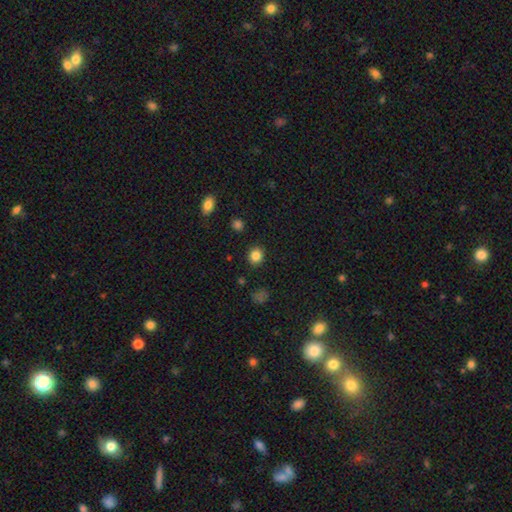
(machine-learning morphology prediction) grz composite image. It shows a smooth galaxy with no disk features (84%) that is round (84%). Merging: none (90%).